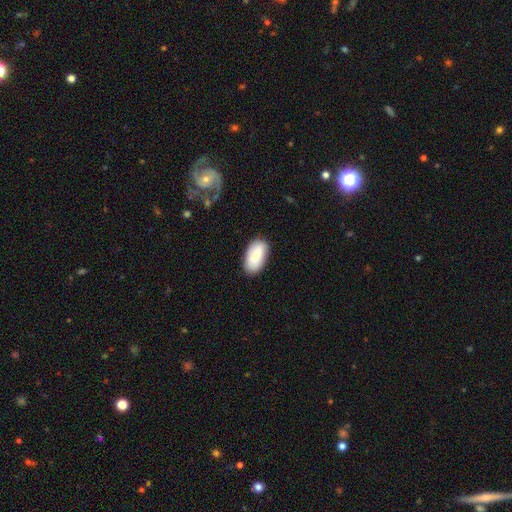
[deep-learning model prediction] smooth-or-featured: smooth: 83% | featured or disk: 11% | star or artifact: 6%
  how-rounded: in between: 94% | round: 3% | cigar-shaped: 3%
  merging: none: 83% | minor disturbance: 13% | major disturbance: 3% | merger: 1%